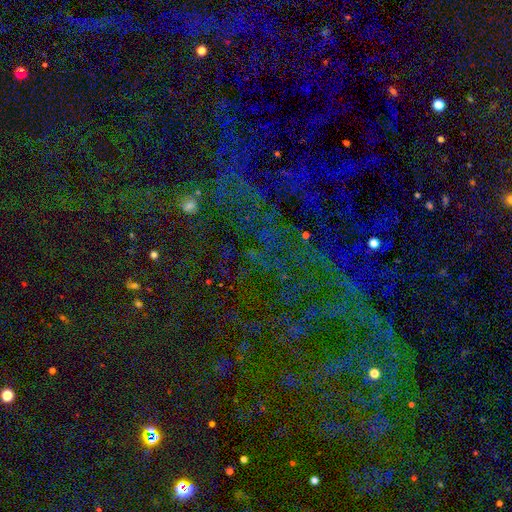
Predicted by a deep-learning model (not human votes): A star or artifact, not a galaxy (80%).